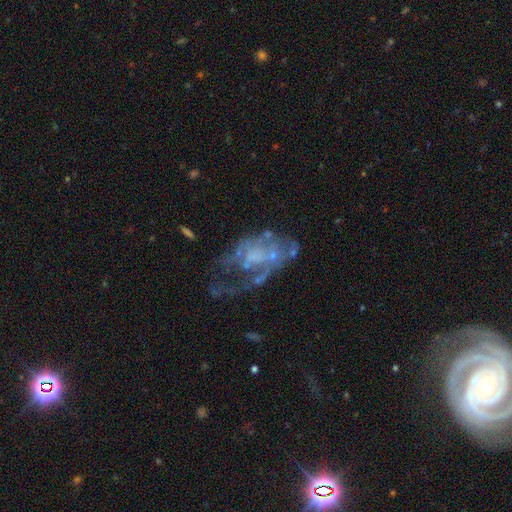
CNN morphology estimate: The model was most divided on "merging": major disturbance: 44%, none: 30%, minor disturbance: 18%, merger: 8%. More confident: edge-on disk — no (97%); bar — no (81%); smooth or featured — featured or disk (70%); spiral arms — no (65%); bulge size — none (59%).